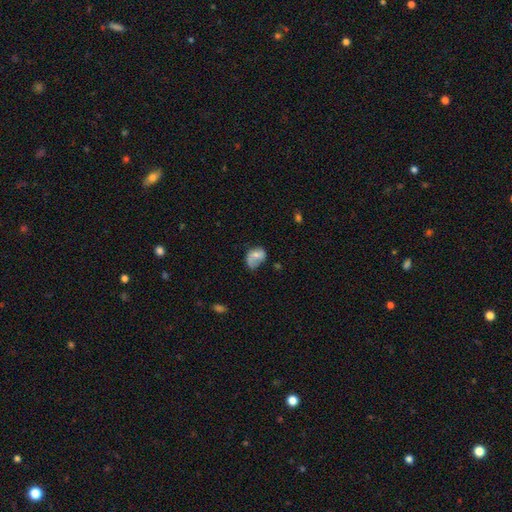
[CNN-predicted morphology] Overall: smooth (54%; featured or disk 38%). How rounded: in between (72%). Merging: minor disturbance (34%; none 33%).